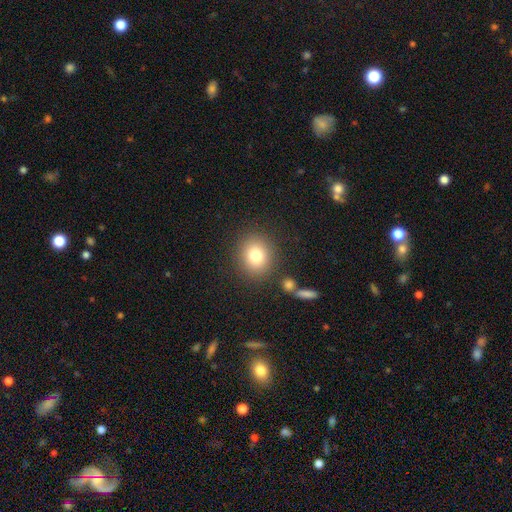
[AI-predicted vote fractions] A smooth galaxy with no disk features (79%) that is round (77%). Merging: none (84%).